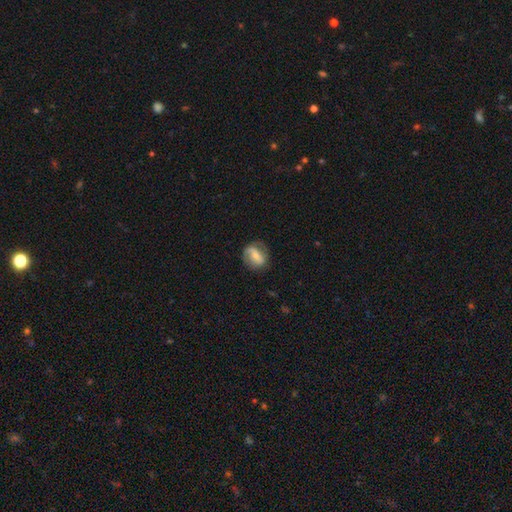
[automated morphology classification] smooth-or-featured: featured or disk: 50% | smooth: 43% | star or artifact: 7%
  merging: none: 70% | minor disturbance: 20% | major disturbance: 9% | merger: 1%